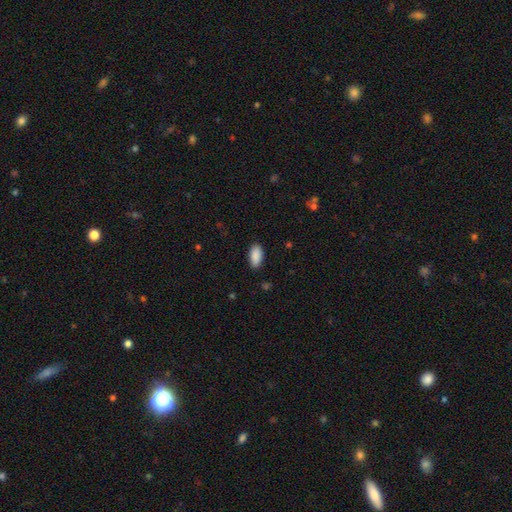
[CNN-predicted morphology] Smooth or featured?
  - smooth: 90% *
  - star or artifact: 6%
  - featured or disk: 3%
How rounded?
  - in between: 94% *
  - cigar-shaped: 4%
  - round: 2%
Merging?
  - none: 89% *
  - minor disturbance: 8%
  - major disturbance: 2%
  - merger: 1%